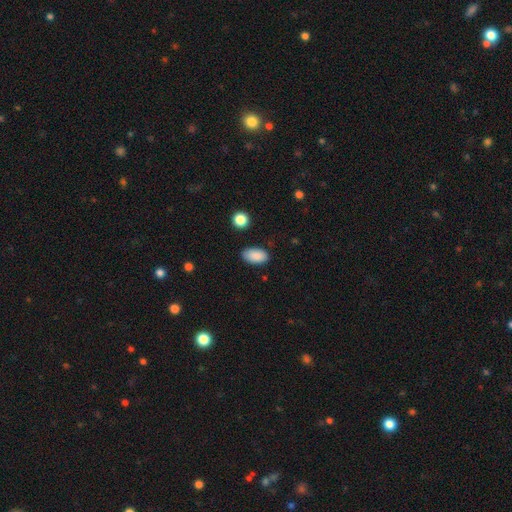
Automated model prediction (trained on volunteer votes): Smooth or featured? smooth (89%)
How rounded? in between (94%)
Merging? none (82%)